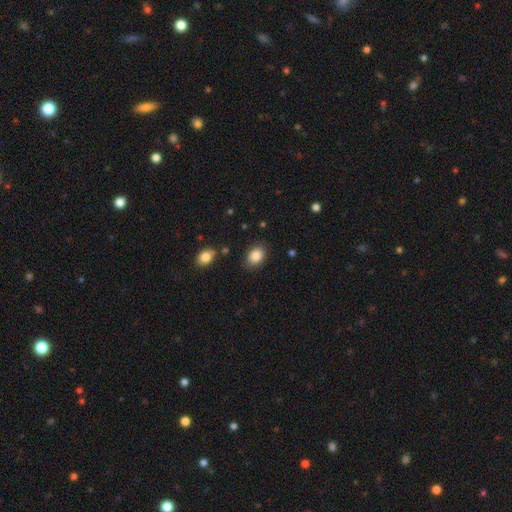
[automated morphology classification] type=smooth (86%); roundness=in between (68%); merging=none (84%).